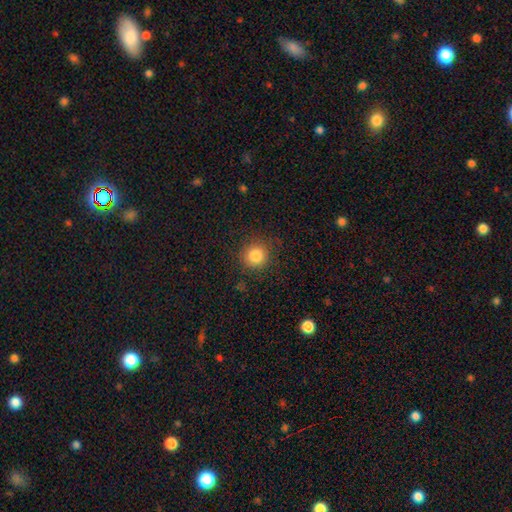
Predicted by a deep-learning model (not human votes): smooth 84%, star or artifact 11%, featured or disk 5%. Down the decision tree: how rounded — round (93%); merging — none (88%).